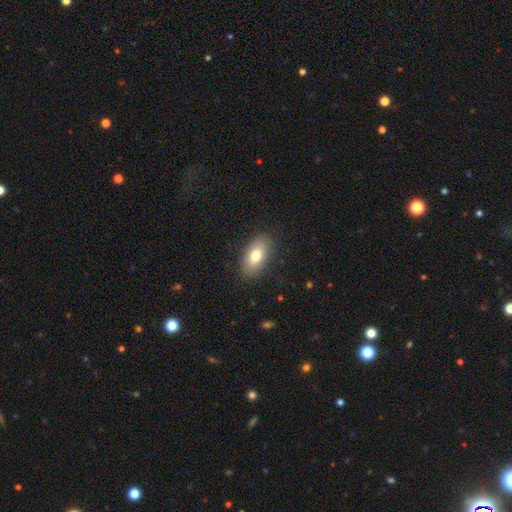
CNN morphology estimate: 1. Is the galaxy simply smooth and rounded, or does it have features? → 76% smooth, 16% featured or disk, 8% star or artifact.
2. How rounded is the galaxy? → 90% in between, 5% round, 5% cigar-shaped.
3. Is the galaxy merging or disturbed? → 86% none, 10% minor disturbance, 3% major disturbance, 1% merger.